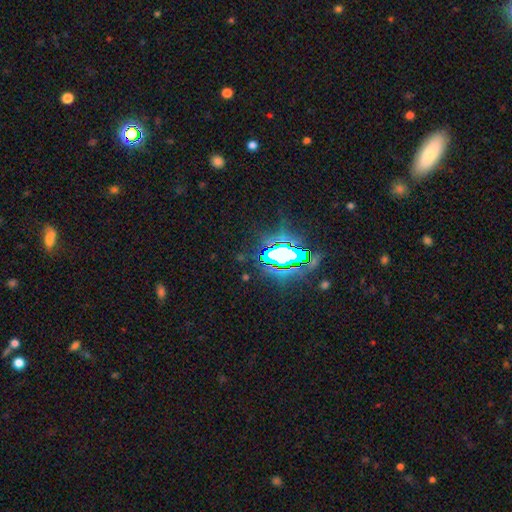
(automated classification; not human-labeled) Smooth or featured? star or artifact (82%)